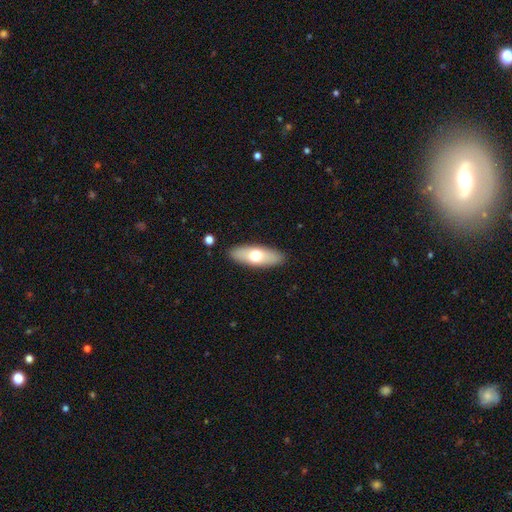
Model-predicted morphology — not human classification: smooth 62%, featured or disk 32%, star or artifact 6%. Down the decision tree: how rounded — in between (67%); merging — none (89%).